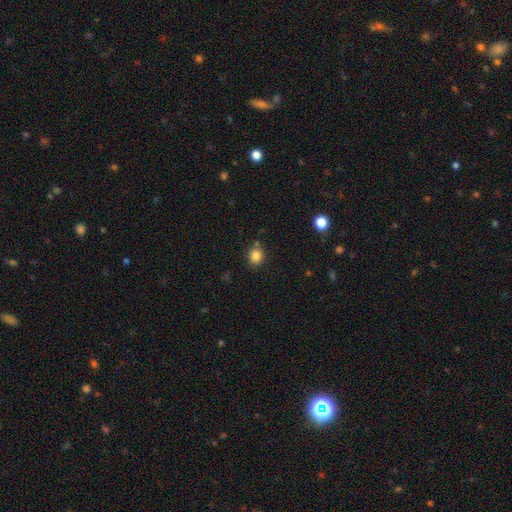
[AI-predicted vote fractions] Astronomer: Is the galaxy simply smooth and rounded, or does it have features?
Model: smooth — 83%.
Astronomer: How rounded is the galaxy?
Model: round — 73%.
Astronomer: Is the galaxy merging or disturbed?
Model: none — 80%.